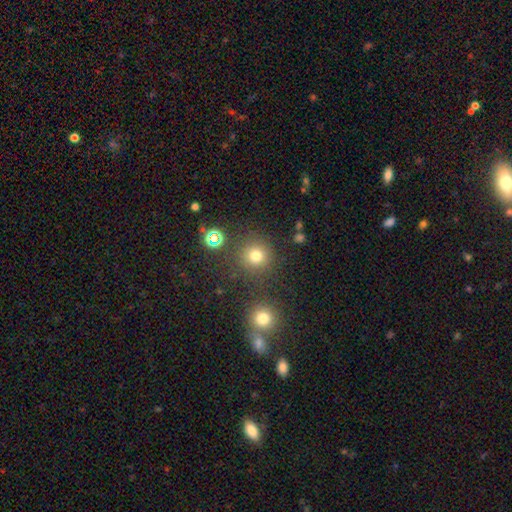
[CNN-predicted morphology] This is likely a smooth galaxy (73%). How rounded: clearly round (93%). Merging: clearly none (82%).